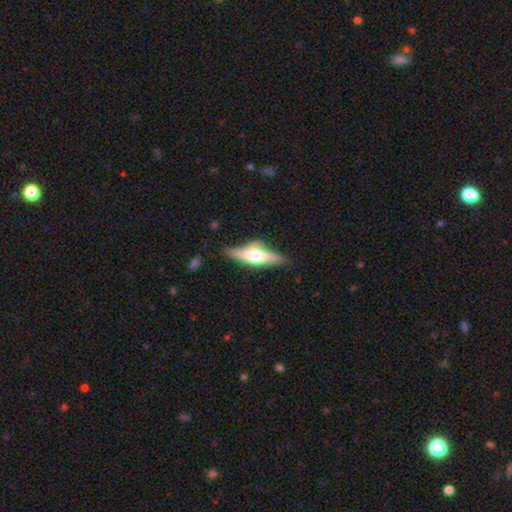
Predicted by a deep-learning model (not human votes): Smooth or featured: featured or disk — 54% (smooth — 40%)
Edge-on disk: yes — 83% (no — 17%)
Merging: none — 59% (minor disturbance — 24%)